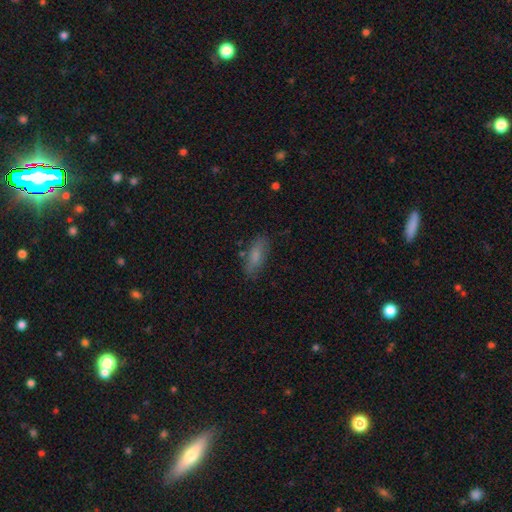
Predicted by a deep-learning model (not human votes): Overall: smooth (77%). How rounded: in between (64%; cigar-shaped 34%). Merging: none (77%).